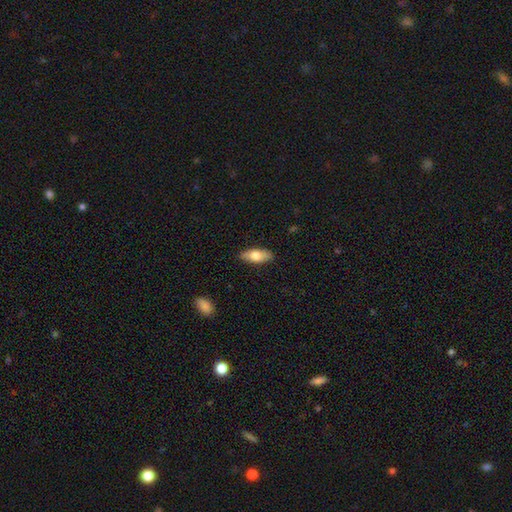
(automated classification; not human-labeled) Q: Smooth or featured?
A: smooth (71%); runner-up: featured or disk (23%)
Q: How rounded?
A: in between (79%); runner-up: cigar-shaped (19%)
Q: Merging?
A: none (86%); runner-up: minor disturbance (10%)